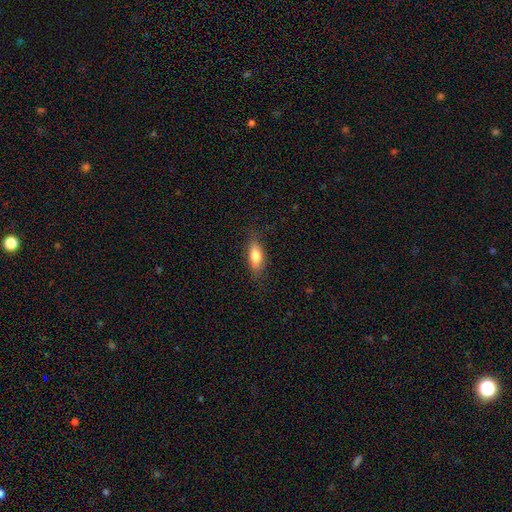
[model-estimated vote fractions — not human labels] Morphology: type=smooth (76%); roundness=in between (73%); merging=none (81%).